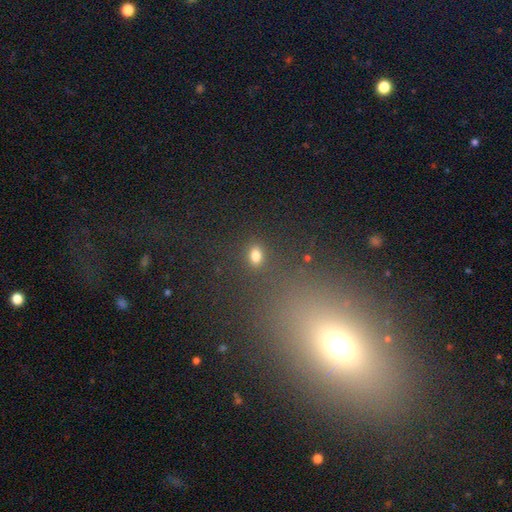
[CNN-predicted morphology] Smooth or featured? smooth (78%)
How rounded? in between (69%)
Merging? none (84%)